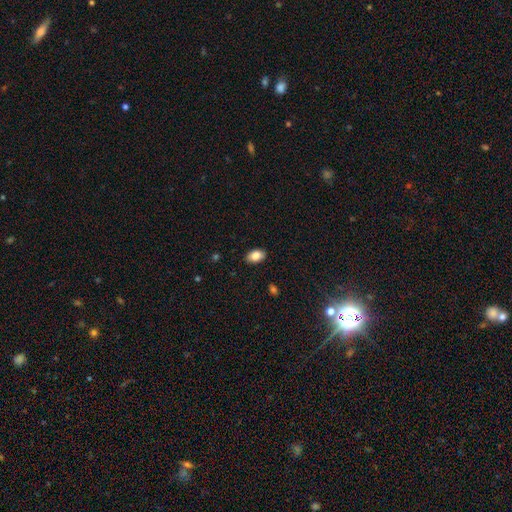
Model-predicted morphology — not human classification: A smooth galaxy with no disk features (86%) that is in between round and cigar-shaped (90%).

Vote fractions:
- Smooth or featured? smooth: 86% / star or artifact: 8% / featured or disk: 6%
- How rounded? in between: 90% / round: 8% / cigar-shaped: 1%
- Merging? none: 87% / minor disturbance: 10% / major disturbance: 2% / merger: 1%